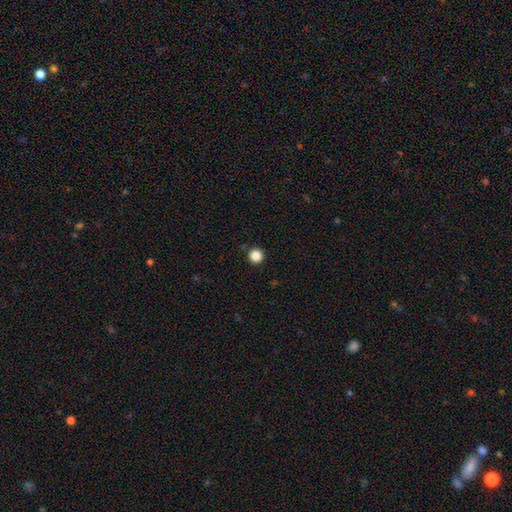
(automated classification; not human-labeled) A smooth galaxy with no disk features (86%) that is round (96%). Merging: none (92%).